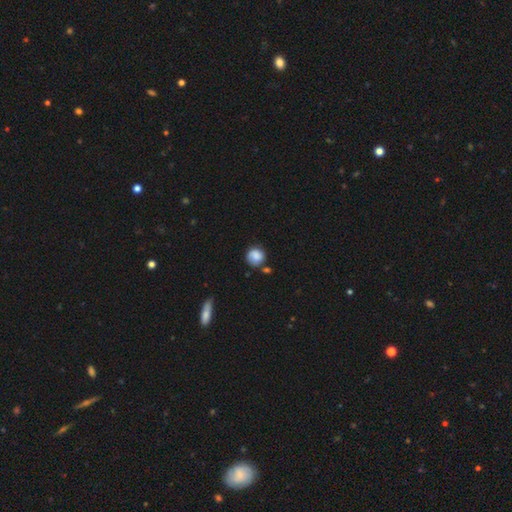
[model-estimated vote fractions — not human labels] Smooth or featured? smooth (81%)
How rounded? round (90%)
Merging? none (67%)